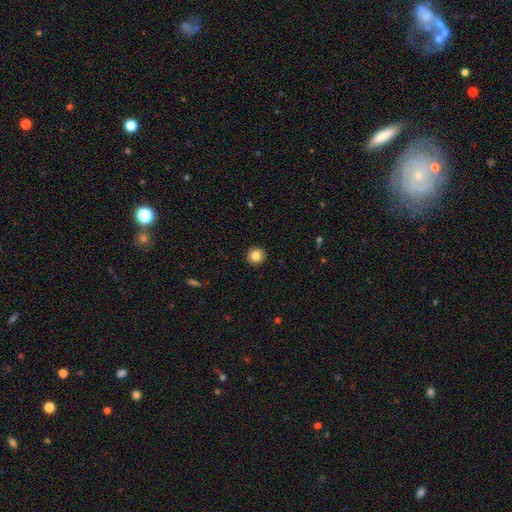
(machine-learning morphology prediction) smooth 83%, star or artifact 10%, featured or disk 7%. Down the decision tree: how rounded — round (89%); merging — none (92%).